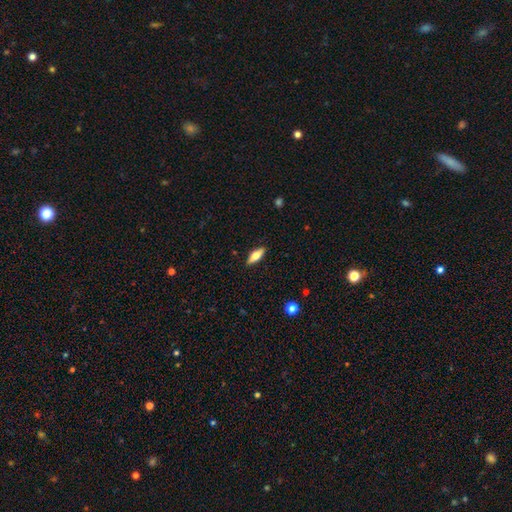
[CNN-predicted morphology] This is possibly a smooth galaxy (54%). How rounded: possibly in between (59%). Merging: clearly none (89%).